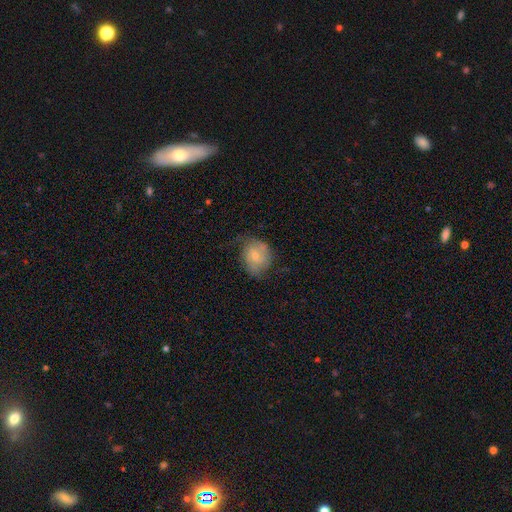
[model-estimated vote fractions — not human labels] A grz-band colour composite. It shows a featured or disk galaxy (60%) with a weak bar (46%, tied with no), 2 (63%) tight (42%) spiral arms (88%) and a small central bulge (57%). Merging: none (57%).